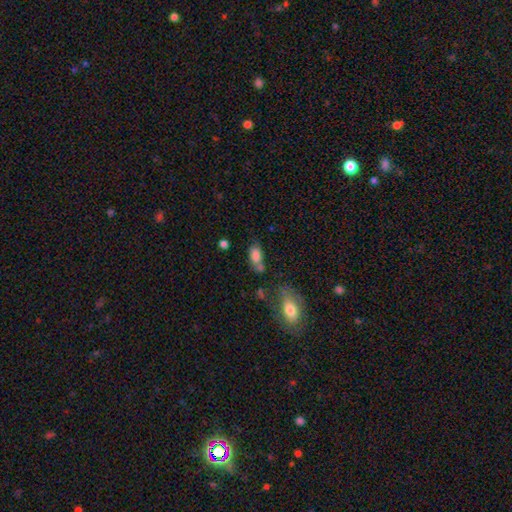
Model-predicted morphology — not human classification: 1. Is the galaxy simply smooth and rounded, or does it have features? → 79% smooth, 12% featured or disk, 9% star or artifact.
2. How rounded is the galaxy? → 88% in between, 6% cigar-shaped, 5% round.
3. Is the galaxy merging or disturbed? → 45% none, 24% merger, 22% minor disturbance, 10% major disturbance.